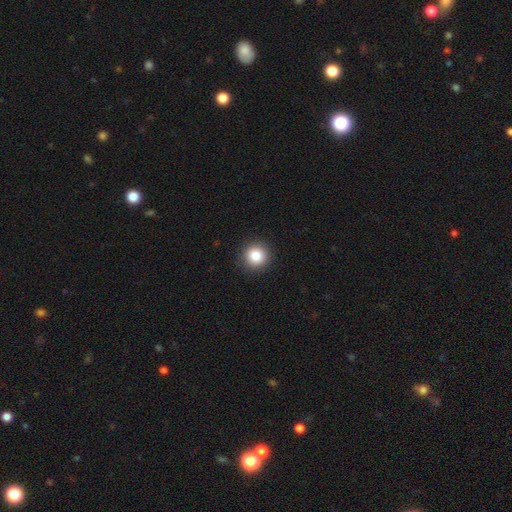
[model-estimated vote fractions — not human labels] Smooth or featured?
  - smooth: 84% *
  - star or artifact: 10%
  - featured or disk: 6%
How rounded?
  - round: 94% *
  - in between: 5%
  - cigar-shaped: 1%
Merging?
  - none: 92% *
  - minor disturbance: 5%
  - major disturbance: 2%
  - merger: 1%